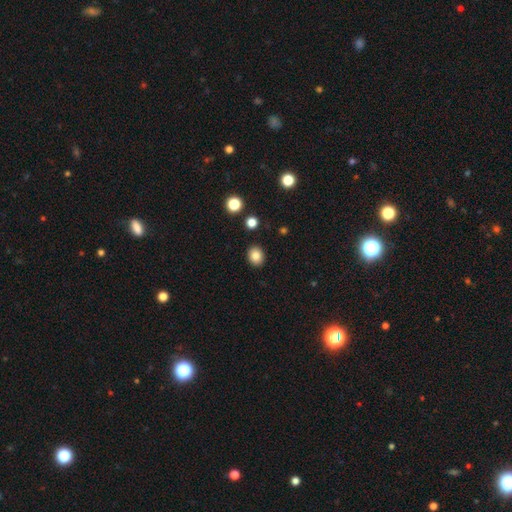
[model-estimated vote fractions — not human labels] This is clearly a smooth galaxy (85%). How rounded: likely round (60%). Merging: clearly none (90%).